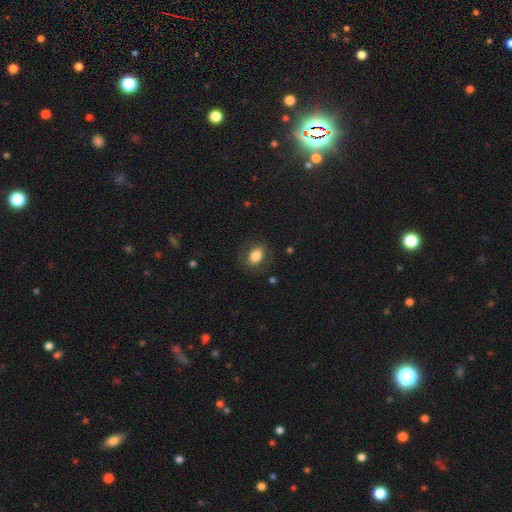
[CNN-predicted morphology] Overall: smooth (76%). How rounded: in between (61%; round 37%). Merging: none (79%).